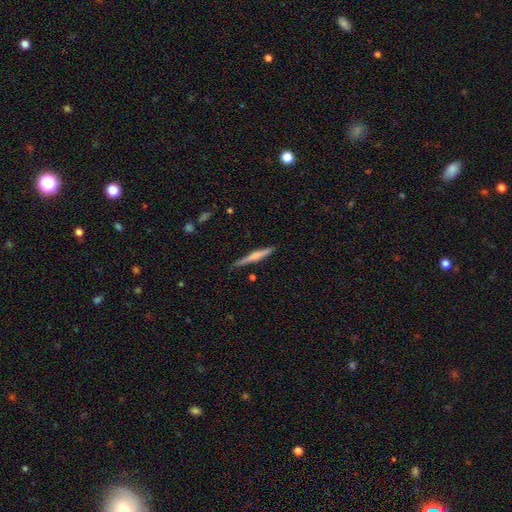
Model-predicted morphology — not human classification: Smooth or featured?
  - smooth: 49% *
  - featured or disk: 46%
  - star or artifact: 6%
Merging?
  - none: 84% *
  - minor disturbance: 13%
  - major disturbance: 2%
  - merger: 2%